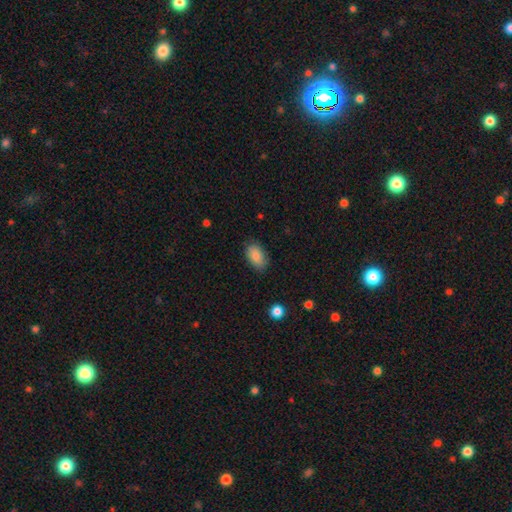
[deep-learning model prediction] Morphology: type=smooth (86%); roundness=in between (92%); merging=none (82%).